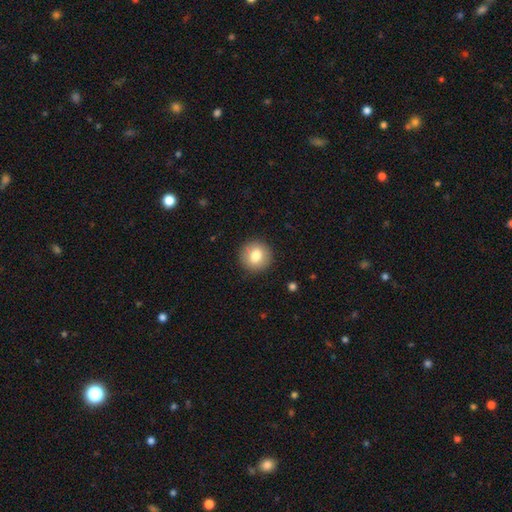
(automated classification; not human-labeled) Morphology: type=smooth (79%); roundness=round (93%); merging=none (91%).